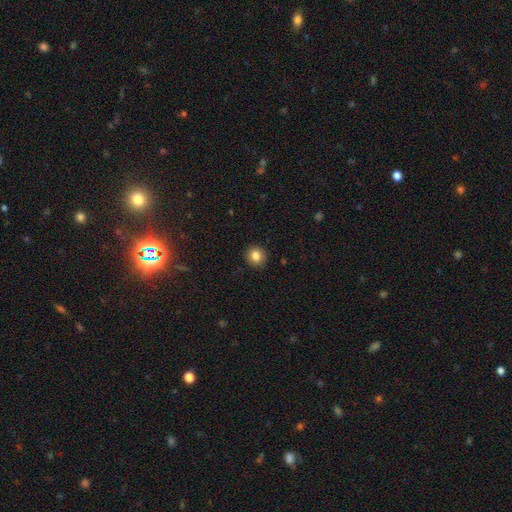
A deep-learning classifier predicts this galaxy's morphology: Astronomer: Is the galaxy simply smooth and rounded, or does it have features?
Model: smooth — 84%.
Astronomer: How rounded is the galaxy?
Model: round — 89%.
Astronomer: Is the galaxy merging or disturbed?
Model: none — 91%.